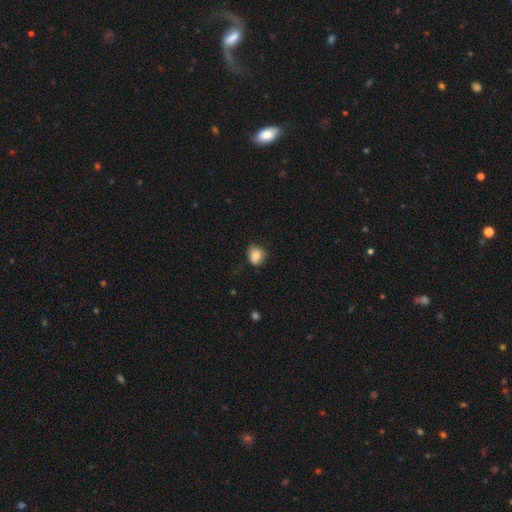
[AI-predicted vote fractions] smooth 83%, star or artifact 9%, featured or disk 8%. Down the decision tree: how rounded — round (53%); merging — none (57%).